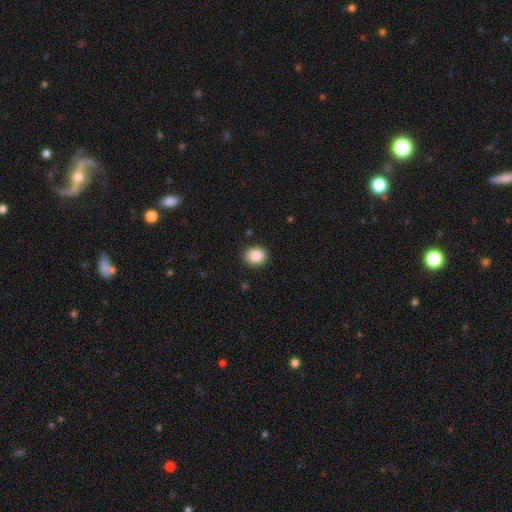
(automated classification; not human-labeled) Overall: smooth (89%). How rounded: round (56%; in between 43%). Merging: none (89%).